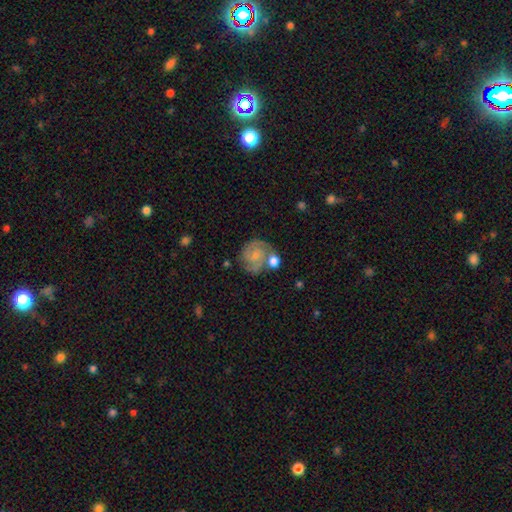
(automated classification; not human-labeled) Smooth or featured? featured or disk (69%)
Edge-on disk? no (98%)
Bar? no (59%)
Spiral arms? yes (92%)
Spiral winding? tight (48%)
Spiral arm count? 2 (58%)
Bulge size? small (53%)
Merging? none (55%)